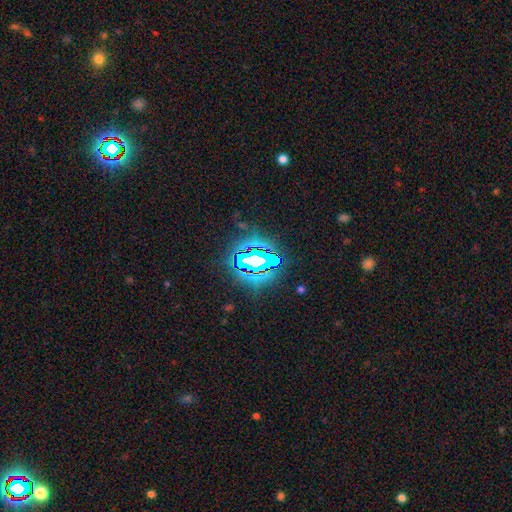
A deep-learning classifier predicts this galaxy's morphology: Smooth or featured? Predicted: star or artifact (p=0.76).